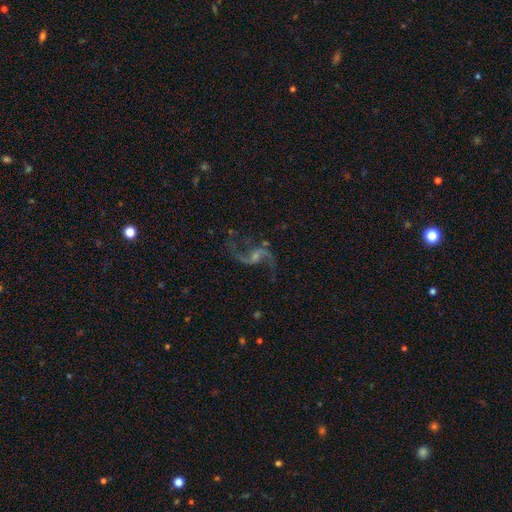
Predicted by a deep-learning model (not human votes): A featured or disk galaxy (88%) with a weak bar (43%, tied with no), 2 (93%) loose (84%) spiral arms (96%) and a small central bulge (56%).

Vote fractions:
- Smooth or featured? featured or disk: 88% / star or artifact: 7% / smooth: 4%
- Edge-on disk? no: 97% / yes: 3%
- Bar? weak: 43% (tied) / no: 43% (tied) / strong: 14%
- Spiral arms? yes: 96% / no: 4%
- Spiral winding? loose: 84% / medium: 13% / tight: 3%
- Spiral arm count? 2: 93% / 1: 2% / can't tell: 2% / 3: 1% / 4: 1% / more than 4: 1%
- Bulge size? small: 56% / moderate: 24% / none: 16% / large: 2% / dominant: 1%
- Merging? none: 73% / minor disturbance: 13% / major disturbance: 11% / merger: 3%